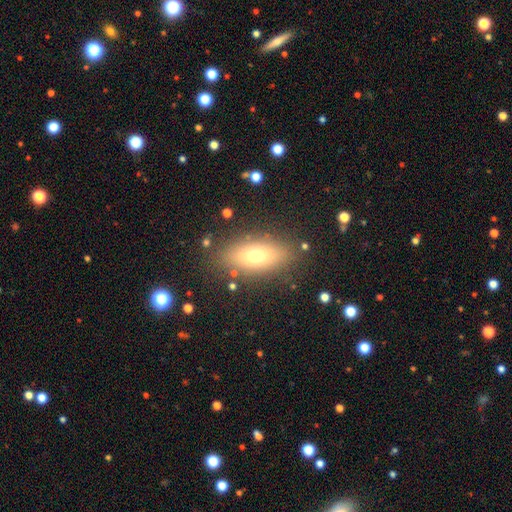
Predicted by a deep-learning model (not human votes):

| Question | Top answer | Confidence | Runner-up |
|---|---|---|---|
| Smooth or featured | smooth | 64% | featured or disk (23%) |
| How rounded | in between | 75% | cigar-shaped (20%) |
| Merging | none | 84% | minor disturbance (10%) |